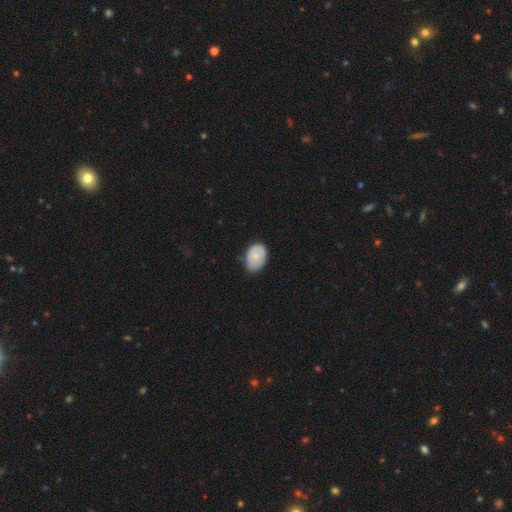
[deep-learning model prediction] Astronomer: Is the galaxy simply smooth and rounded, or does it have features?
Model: smooth — 79%.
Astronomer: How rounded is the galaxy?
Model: in between — 85%.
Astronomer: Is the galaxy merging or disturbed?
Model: none — 66%.